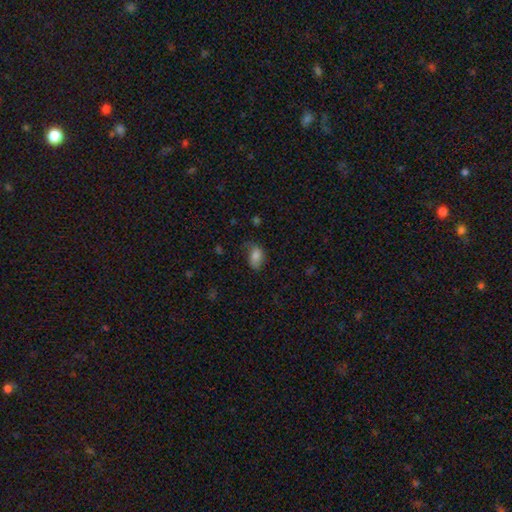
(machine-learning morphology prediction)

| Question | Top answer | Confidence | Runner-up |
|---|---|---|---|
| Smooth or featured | smooth | 79% | featured or disk (12%) |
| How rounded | in between | 87% | round (11%) |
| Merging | none | 53% | minor disturbance (32%) |